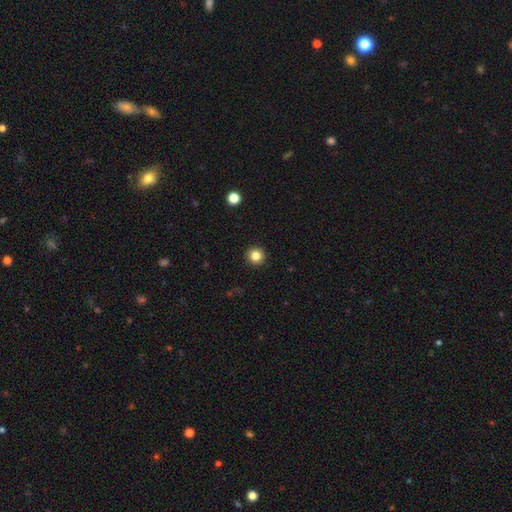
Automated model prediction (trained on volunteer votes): smooth_or_featured: smooth (p=0.83) [alt: star or artifact p=0.12]
how_rounded: round (p=0.96) [alt: in between p=0.03]
merging: none (p=0.93) [alt: minor disturbance p=0.04]